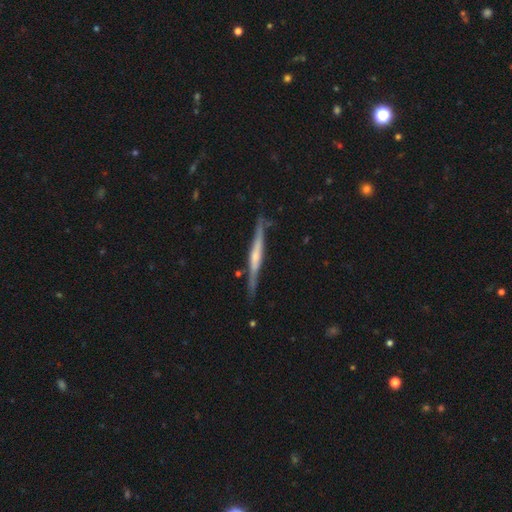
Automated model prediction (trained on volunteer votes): This appears to be a featured or disk galaxy (68%) viewed edge-on (97%) with a rounded central bulge (45%). Merging: none (82%).